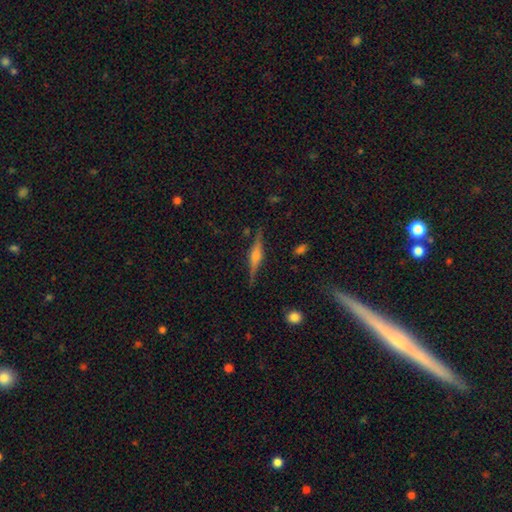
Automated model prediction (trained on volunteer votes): smooth_or_featured: featured or disk (p=0.77) [alt: smooth p=0.16]
disk_edge_on: yes (p=0.98) [alt: no p=0.02]
edge_on_bulge: rounded (p=0.81) [alt: boxy p=0.15]
merging: none (p=0.87) [alt: minor disturbance p=0.09]